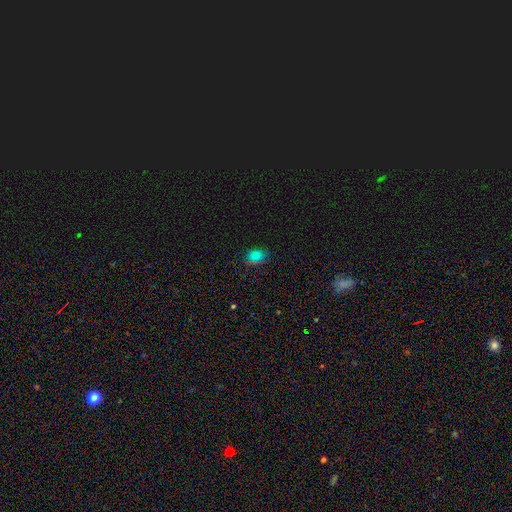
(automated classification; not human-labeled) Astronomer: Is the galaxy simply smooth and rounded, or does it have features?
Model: smooth — 68%.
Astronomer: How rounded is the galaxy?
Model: in between — 66%.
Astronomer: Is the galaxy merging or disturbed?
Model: none — 74%.